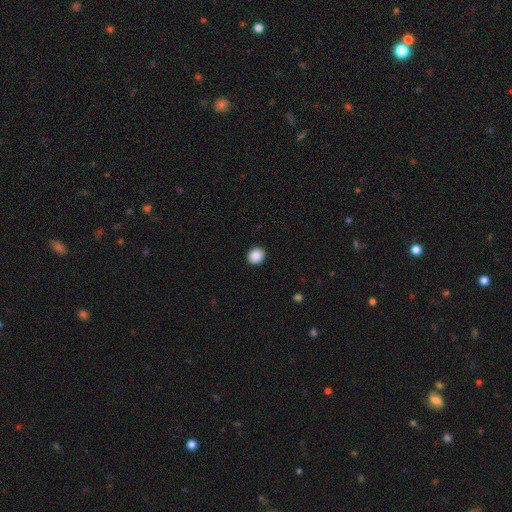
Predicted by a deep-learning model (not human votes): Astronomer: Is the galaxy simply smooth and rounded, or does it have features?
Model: smooth — 89%.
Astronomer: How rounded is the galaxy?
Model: round — 71%.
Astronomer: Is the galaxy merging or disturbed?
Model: none — 92%.